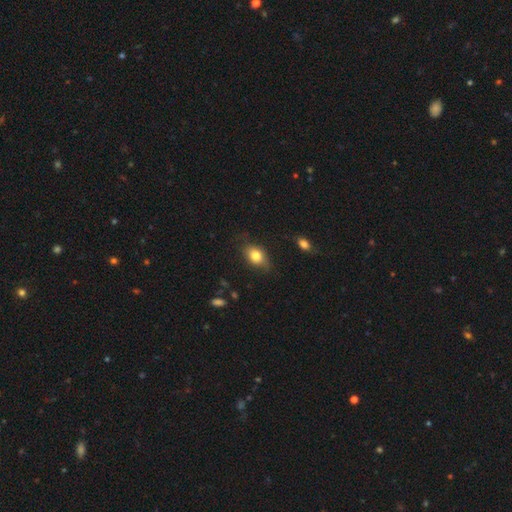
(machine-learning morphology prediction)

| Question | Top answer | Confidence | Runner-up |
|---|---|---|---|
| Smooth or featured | smooth | 78% | featured or disk (13%) |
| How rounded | in between | 76% | round (21%) |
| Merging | none | 72% | minor disturbance (22%) |